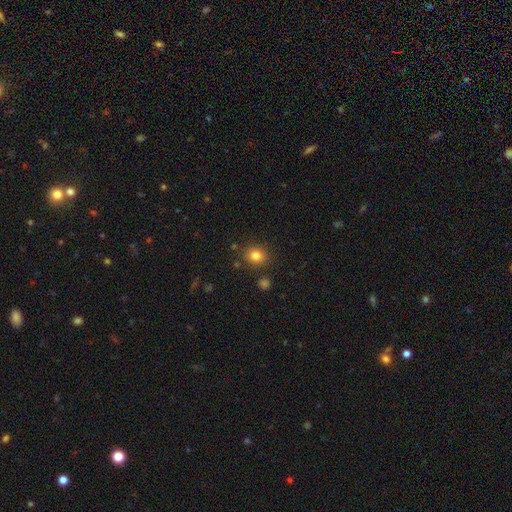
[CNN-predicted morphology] This appears to be a smooth galaxy with no disk features (82%) that is round (75%). Merging: none (84%).